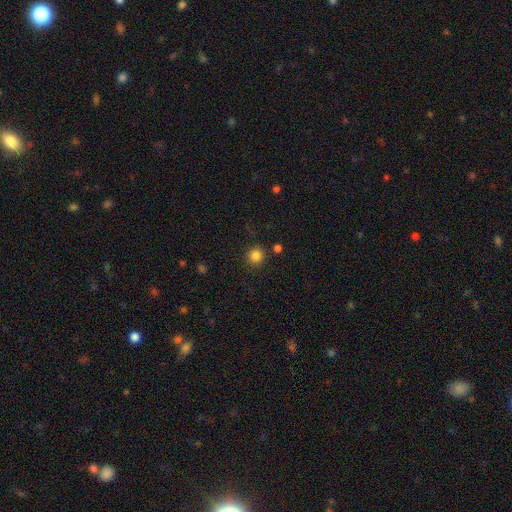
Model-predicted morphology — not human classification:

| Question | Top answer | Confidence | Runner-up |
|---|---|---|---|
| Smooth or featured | smooth | 84% | star or artifact (12%) |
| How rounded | round | 94% | in between (5%) |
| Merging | none | 89% | minor disturbance (6%) |